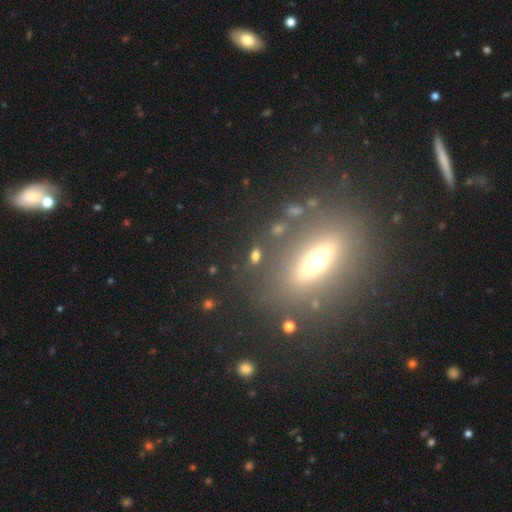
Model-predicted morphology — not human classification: Smooth or featured?
  - smooth: 67% *
  - star or artifact: 20%
  - featured or disk: 13%
How rounded?
  - in between: 74% *
  - round: 17%
  - cigar-shaped: 9%
Merging?
  - none: 79% *
  - minor disturbance: 10%
  - merger: 6%
  - major disturbance: 5%